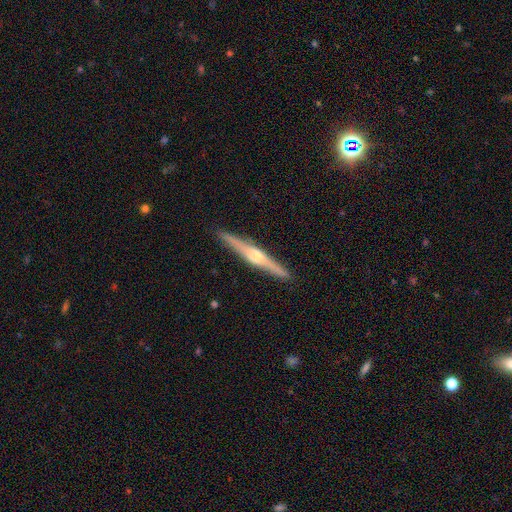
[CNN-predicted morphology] This is likely a featured or disk galaxy (80%). It is clearly viewed edge-on (98%). Edge-on bulge: clearly rounded (90%). Merging: clearly none (92%).